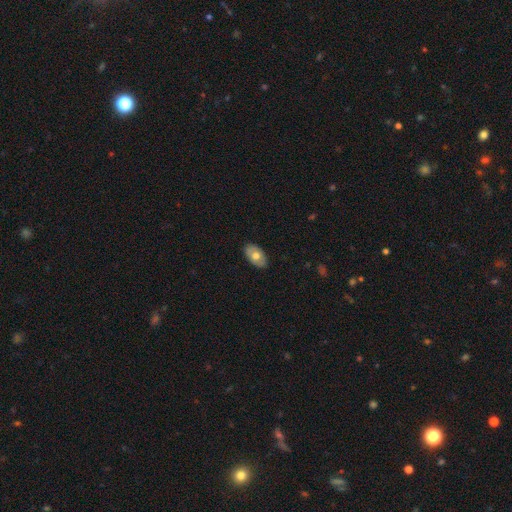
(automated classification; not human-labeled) Smooth or featured: smooth — 63% (featured or disk — 30%)
How rounded: in between — 93% (round — 6%)
Merging: none — 87% (minor disturbance — 10%)